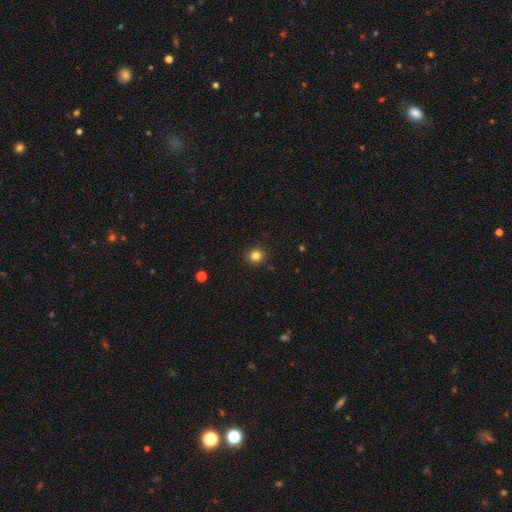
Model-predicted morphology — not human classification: Smooth or featured?
  - smooth: 83% *
  - star or artifact: 12%
  - featured or disk: 5%
How rounded?
  - round: 93% *
  - in between: 6%
  - cigar-shaped: 1%
Merging?
  - none: 92% *
  - minor disturbance: 5%
  - major disturbance: 2%
  - merger: 1%